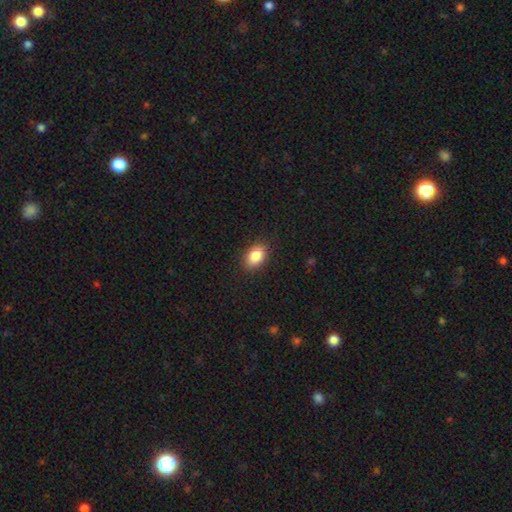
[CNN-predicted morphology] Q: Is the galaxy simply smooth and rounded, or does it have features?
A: smooth — 86%.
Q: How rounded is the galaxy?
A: in between — 85%.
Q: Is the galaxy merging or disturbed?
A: none — 87%.